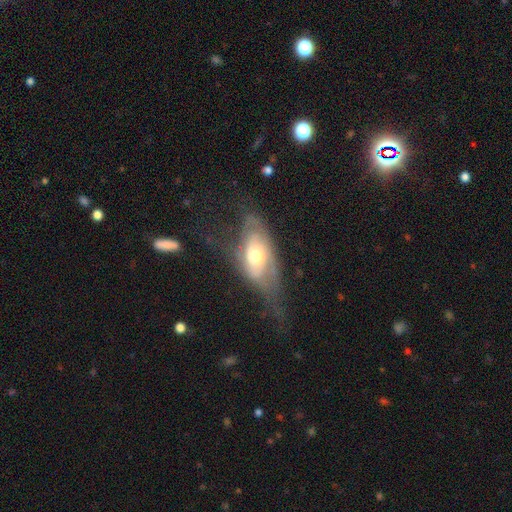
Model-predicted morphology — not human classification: Overall: featured or disk (64%; smooth 29%). Edge-on disk: no (85%). Bar: no (71%). Spiral arms: yes (69%; no 31%). Bulge size: moderate (66%). Merging: none (37%; major disturbance 34%).